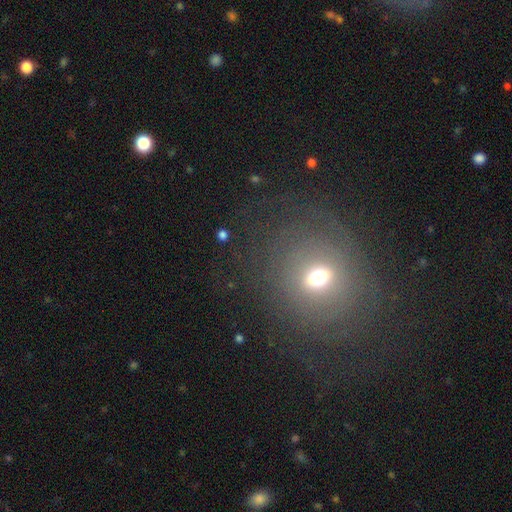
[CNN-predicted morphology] smooth-or-featured: smooth: 55% | star or artifact: 29% | featured or disk: 16%
  how-rounded: round: 77% | in between: 22% | cigar-shaped: 1%
  merging: none: 82% | minor disturbance: 10% | major disturbance: 6% | merger: 2%